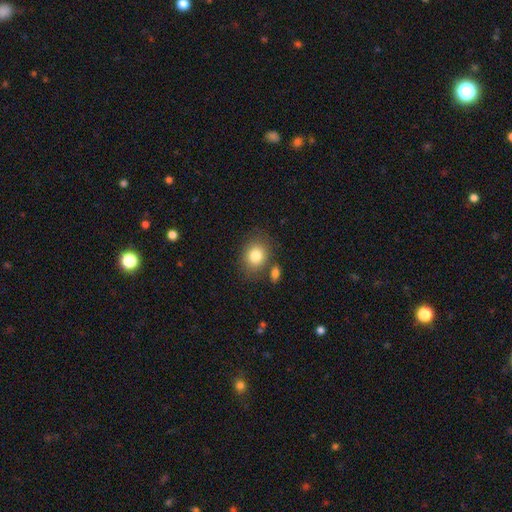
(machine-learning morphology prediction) The model was most divided on "how rounded": round: 56%, in between: 43%, cigar-shaped: 1%. More confident: smooth or featured — smooth (82%); merging — none (72%).